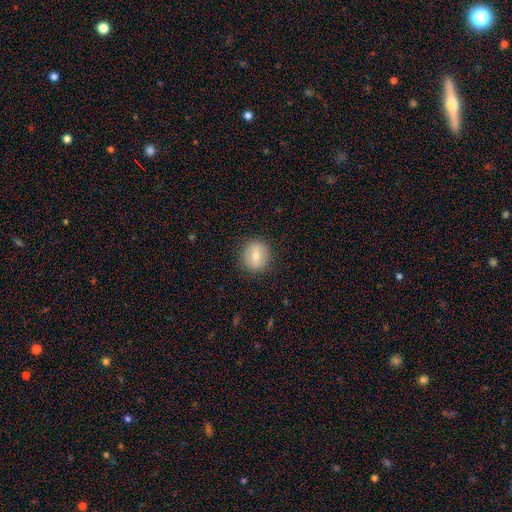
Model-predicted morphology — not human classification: type=smooth (69%); roundness=round (84%); merging=none (88%).